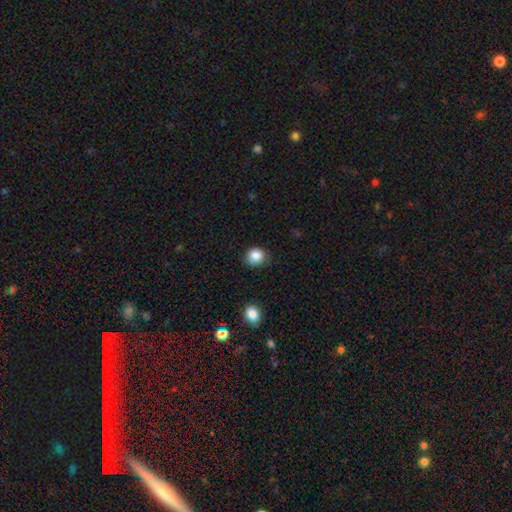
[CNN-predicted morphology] smooth 86%, star or artifact 9%, featured or disk 5%. Down the decision tree: how rounded — round (78%); merging — none (76%).